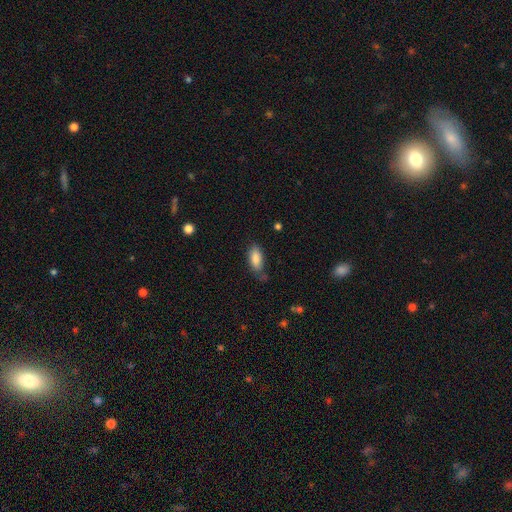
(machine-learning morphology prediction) Smooth or featured? smooth (82%)
How rounded? in between (85%)
Merging? none (68%)